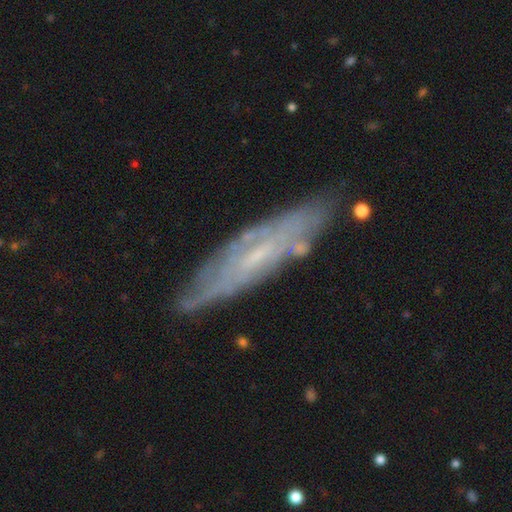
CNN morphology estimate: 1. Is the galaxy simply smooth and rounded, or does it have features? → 71% featured or disk, 22% smooth, 7% star or artifact.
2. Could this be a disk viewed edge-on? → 59% no, 41% yes.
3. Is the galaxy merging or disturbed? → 73% none, 19% minor disturbance, 5% major disturbance, 3% merger.